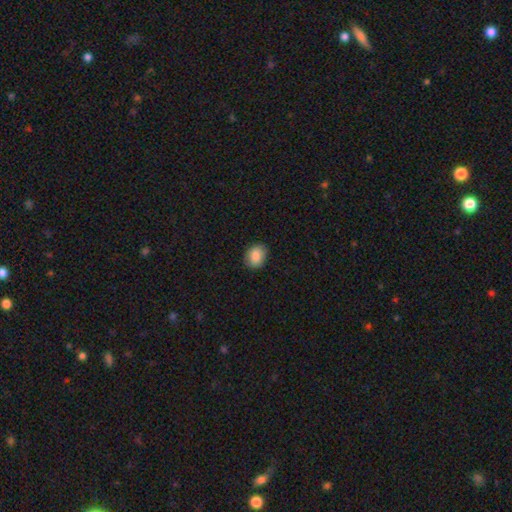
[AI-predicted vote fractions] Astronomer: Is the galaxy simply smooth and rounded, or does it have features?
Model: smooth — 86%.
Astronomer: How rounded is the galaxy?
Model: in between — 59% (runner-up: round, 40%).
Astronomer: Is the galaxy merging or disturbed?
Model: none — 86%.